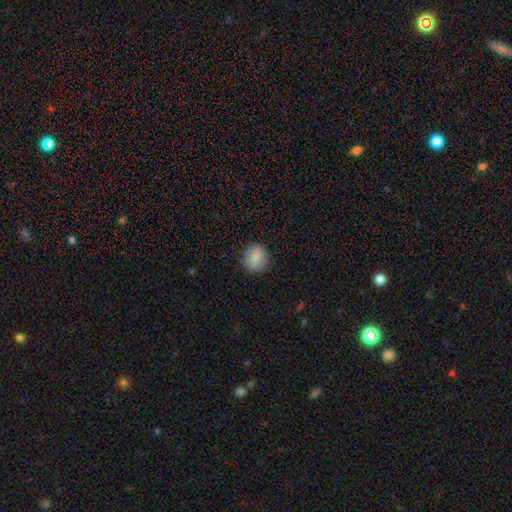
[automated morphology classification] Smooth or featured? smooth (85%)
How rounded? round (77%)
Merging? none (86%)